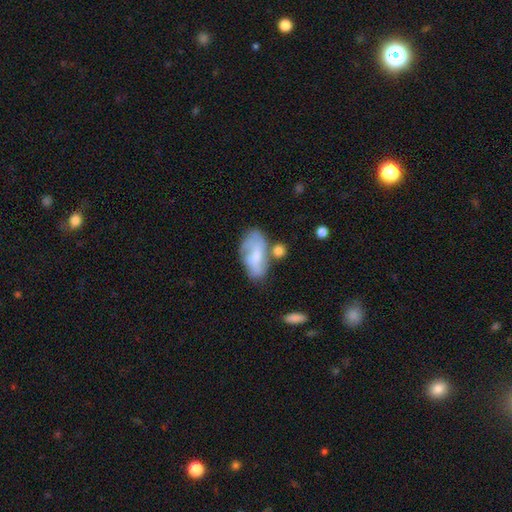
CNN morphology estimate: Smooth or featured: smooth — 54% (featured or disk — 39%)
How rounded: in between — 91% (cigar-shaped — 5%)
Merging: none — 45% (minor disturbance — 25%)